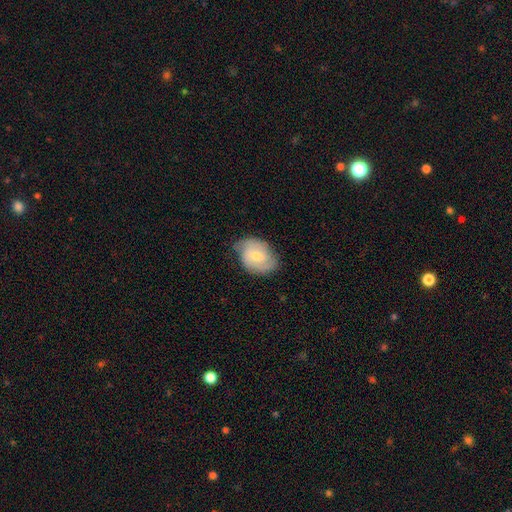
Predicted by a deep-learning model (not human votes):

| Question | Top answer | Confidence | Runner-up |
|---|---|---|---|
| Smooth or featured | featured or disk | 55% | smooth (39%) |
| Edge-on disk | no | 97% | yes (3%) |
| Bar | no | 47% | weak (45%) |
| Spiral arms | yes | 87% | no (13%) |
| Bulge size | small | 48% | moderate (45%) |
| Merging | none | 65% | minor disturbance (27%) |